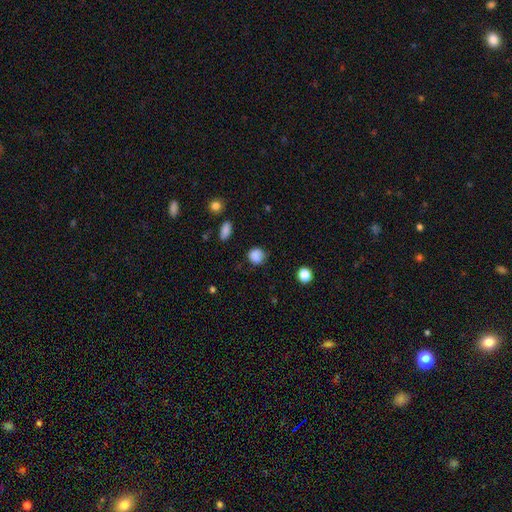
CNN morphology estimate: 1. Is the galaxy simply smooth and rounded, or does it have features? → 87% smooth, 10% star or artifact, 3% featured or disk.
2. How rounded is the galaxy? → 85% round, 14% in between, 1% cigar-shaped.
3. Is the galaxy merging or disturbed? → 81% none, 14% minor disturbance, 3% major disturbance, 2% merger.